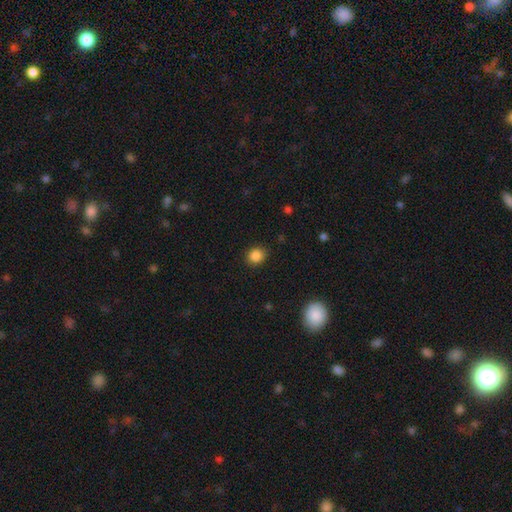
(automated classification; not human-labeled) Q: Smooth or featured?
A: smooth (86%); runner-up: star or artifact (11%)
Q: How rounded?
A: round (78%); runner-up: in between (21%)
Q: Merging?
A: none (88%); runner-up: minor disturbance (8%)